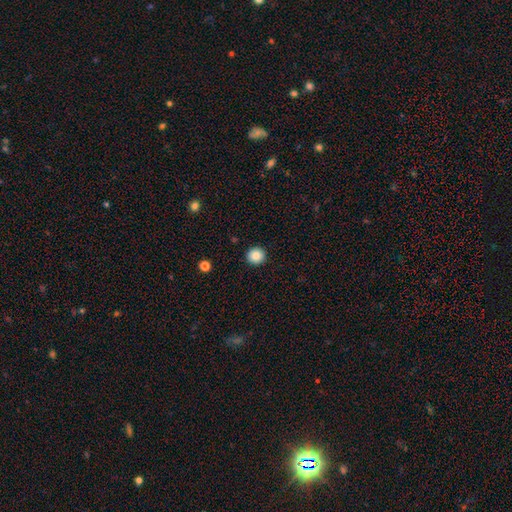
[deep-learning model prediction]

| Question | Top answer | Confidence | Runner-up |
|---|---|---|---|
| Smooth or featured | smooth | 87% | star or artifact (9%) |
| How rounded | round | 94% | in between (5%) |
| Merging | none | 93% | minor disturbance (4%) |